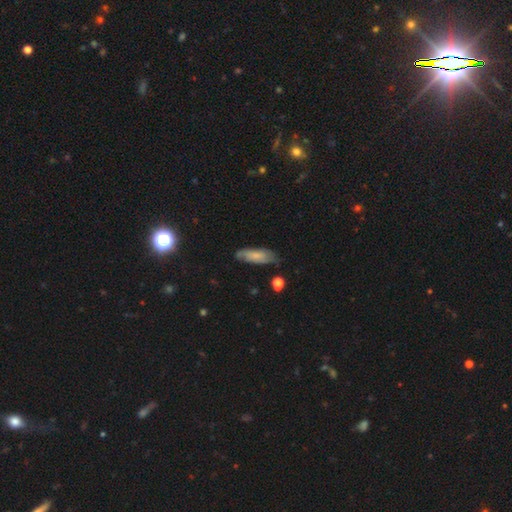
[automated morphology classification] type=smooth (63%); roundness=in between (60%); merging=none (65%).